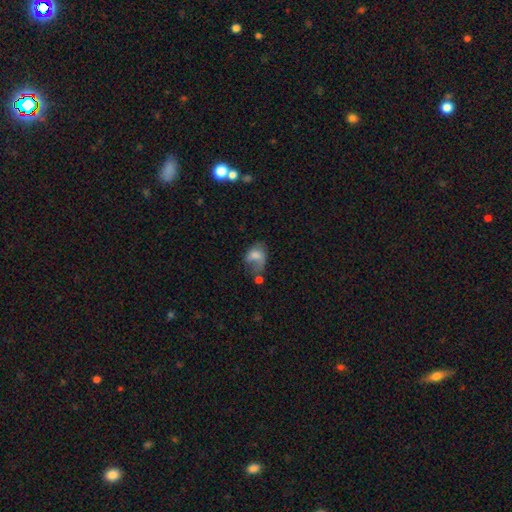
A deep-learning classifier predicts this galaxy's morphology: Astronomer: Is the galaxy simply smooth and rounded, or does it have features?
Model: smooth — 62%.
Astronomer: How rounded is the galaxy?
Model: in between — 75%.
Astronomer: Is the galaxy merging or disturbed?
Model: major disturbance — 38% (runner-up: minor disturbance, 25%).